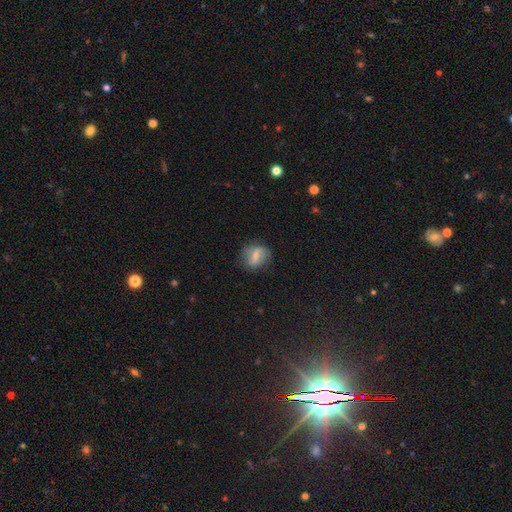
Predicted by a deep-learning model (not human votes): smooth_or_featured: featured or disk (p=0.53) [alt: smooth p=0.38]
disk_edge_on: no (p=0.94) [alt: yes p=0.06]
merging: none (p=0.70) [alt: minor disturbance p=0.20]